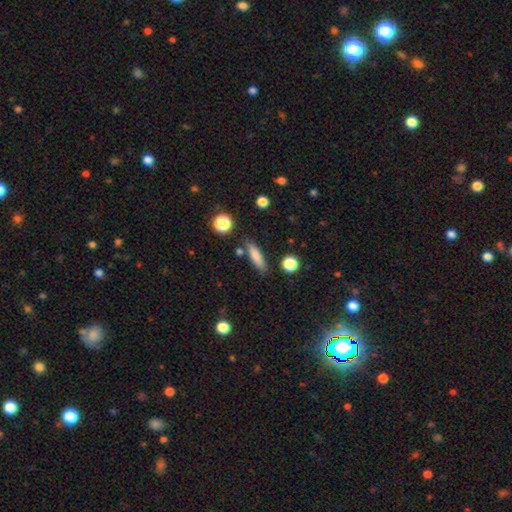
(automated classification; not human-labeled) Morphology: type=smooth (79%); roundness=cigar-shaped (70%); merging=none (81%).